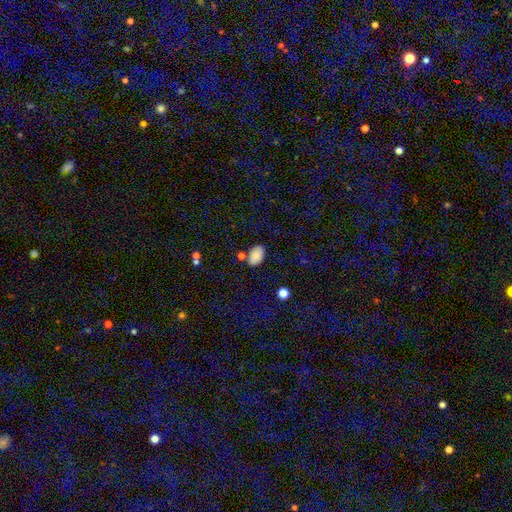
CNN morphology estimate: type=smooth (86%); roundness=in between (92%); merging=none (77%).